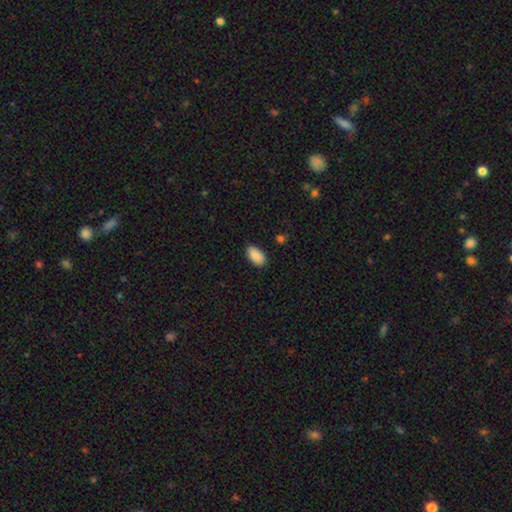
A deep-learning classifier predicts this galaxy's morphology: A smooth galaxy with no disk features (89%) that is in between round and cigar-shaped (95%). Merging: none (85%).